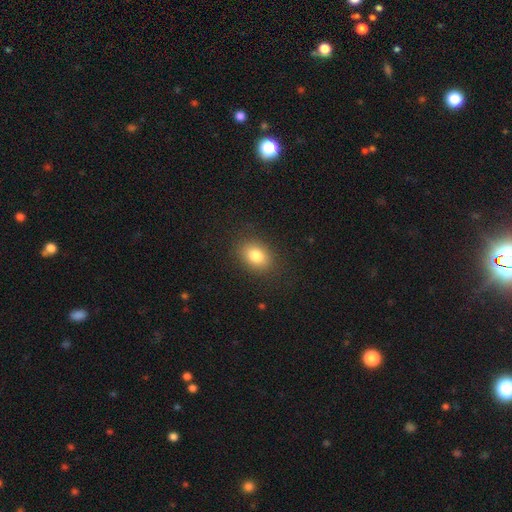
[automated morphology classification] type=smooth (82%); roundness=in between (72%); merging=none (86%).